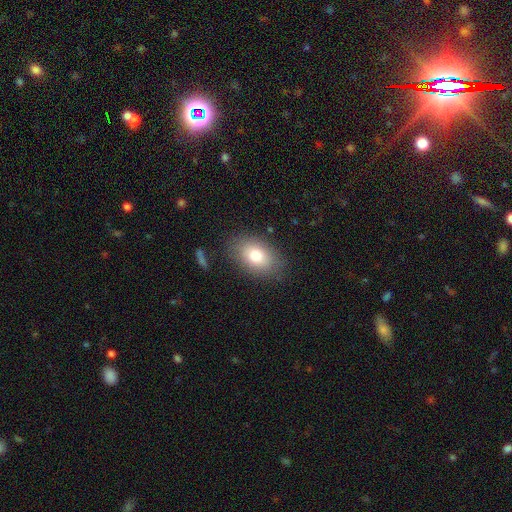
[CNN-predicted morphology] Q: Smooth or featured?
A: smooth (77%); runner-up: featured or disk (14%)
Q: How rounded?
A: in between (84%); runner-up: round (15%)
Q: Merging?
A: none (82%); runner-up: minor disturbance (12%)